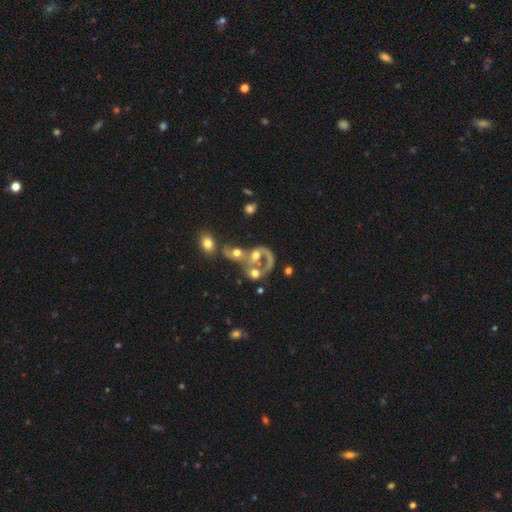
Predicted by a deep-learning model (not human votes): A featured or disk galaxy (64%) with no bar (77%), spiral arms (58%) and a moderate central bulge (50%).

Vote fractions:
- Smooth or featured? featured or disk: 64% / smooth: 24% / star or artifact: 12%
- Edge-on disk? no: 97% / yes: 3%
- Bar? no: 77% / weak: 17% / strong: 6%
- Spiral arms? yes: 58% / no: 42%
- Bulge size? moderate: 50% / small: 19% / none: 15% / large: 13% / dominant: 3%
- Merging? merger: 60% / major disturbance: 19% / none: 14% / minor disturbance: 7%